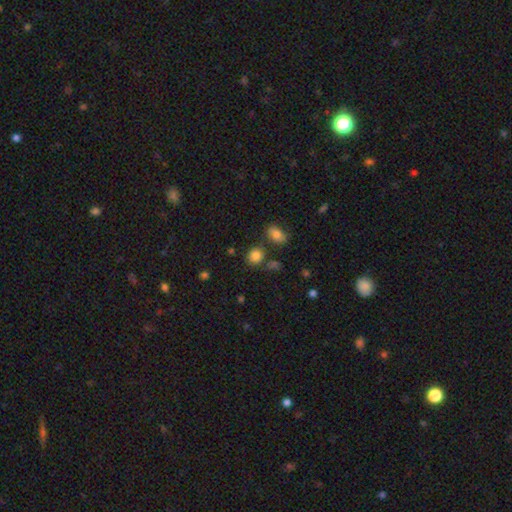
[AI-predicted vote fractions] Q: Smooth or featured?
A: smooth (83%); runner-up: star or artifact (11%)
Q: How rounded?
A: round (68%); runner-up: in between (31%)
Q: Merging?
A: none (75%); runner-up: minor disturbance (11%)